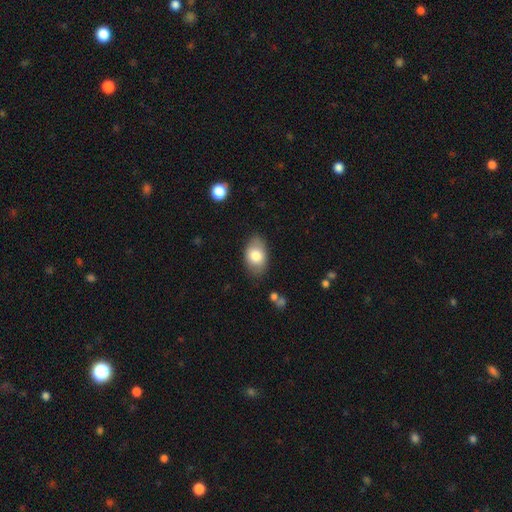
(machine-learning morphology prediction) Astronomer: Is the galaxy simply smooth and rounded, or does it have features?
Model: smooth — 79%.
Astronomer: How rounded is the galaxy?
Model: in between — 89%.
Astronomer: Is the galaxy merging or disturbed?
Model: none — 81%.